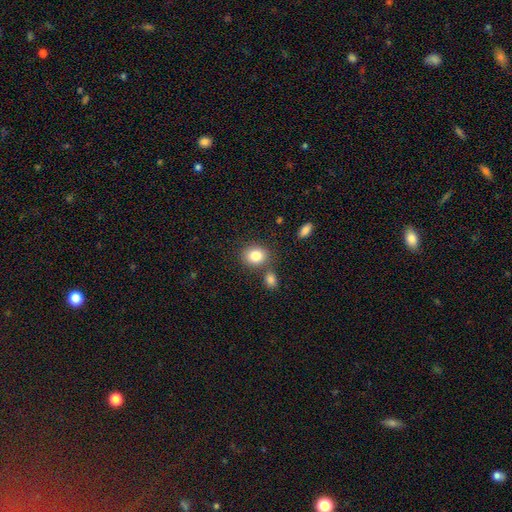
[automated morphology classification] Q: Smooth or featured?
A: smooth (83%); runner-up: star or artifact (9%)
Q: How rounded?
A: round (62%); runner-up: in between (37%)
Q: Merging?
A: none (71%); runner-up: merger (15%)